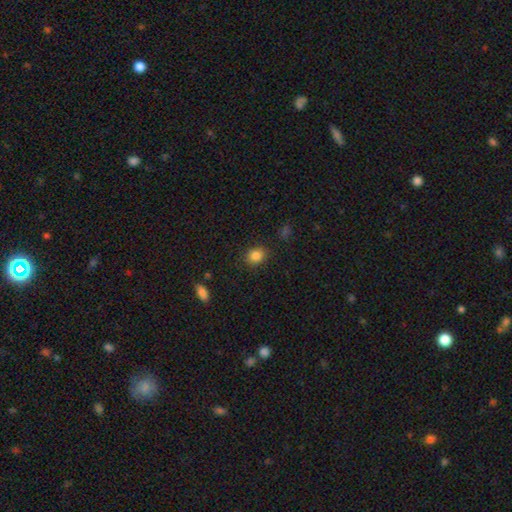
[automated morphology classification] type=smooth (84%); roundness=round (54%); merging=none (86%).